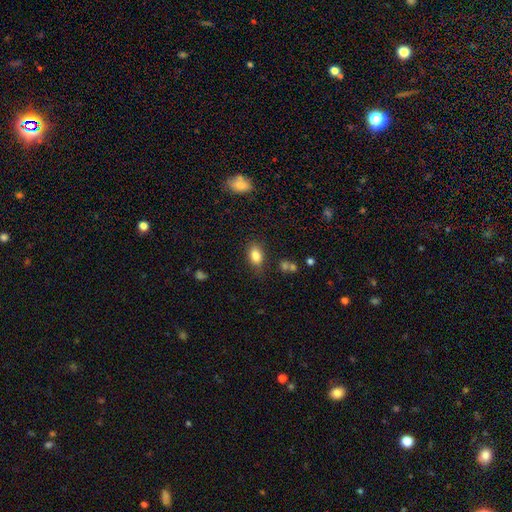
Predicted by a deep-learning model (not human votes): Smooth or featured? smooth (84%)
How rounded? in between (85%)
Merging? none (76%)